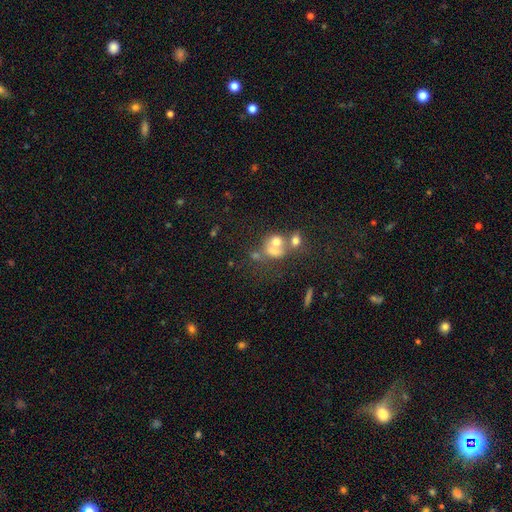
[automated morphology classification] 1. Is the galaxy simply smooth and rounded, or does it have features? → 48% smooth, 27% featured or disk, 26% star or artifact.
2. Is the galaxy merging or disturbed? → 47% merger, 35% none, 9% minor disturbance, 9% major disturbance.